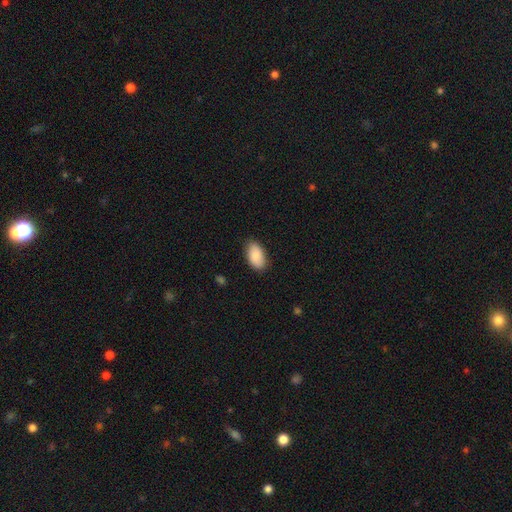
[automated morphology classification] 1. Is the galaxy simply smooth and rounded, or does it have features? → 88% smooth, 6% star or artifact, 6% featured or disk.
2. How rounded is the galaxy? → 95% in between, 3% round, 2% cigar-shaped.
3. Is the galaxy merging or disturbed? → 84% none, 12% minor disturbance, 3% major disturbance, 1% merger.